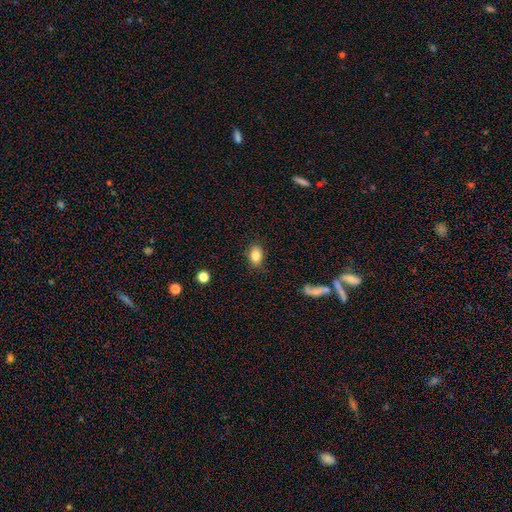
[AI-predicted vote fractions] A smooth galaxy with no disk features (83%) that is in between round and cigar-shaped (82%). Merging: none (85%).